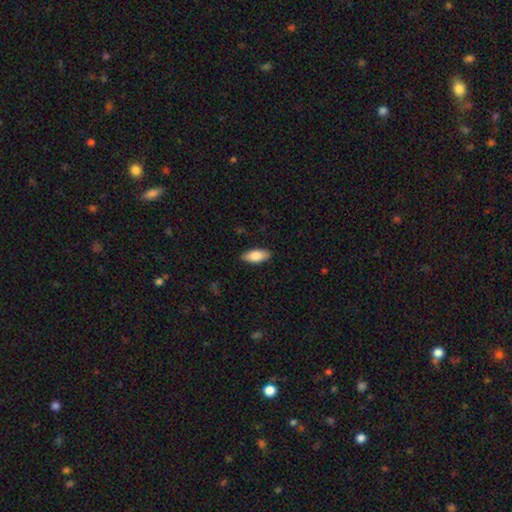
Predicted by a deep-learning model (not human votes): smooth_or_featured: smooth (p=0.83) [alt: featured or disk p=0.12]
how_rounded: in between (p=0.86) [alt: cigar-shaped p=0.12]
merging: none (p=0.87) [alt: minor disturbance p=0.10]